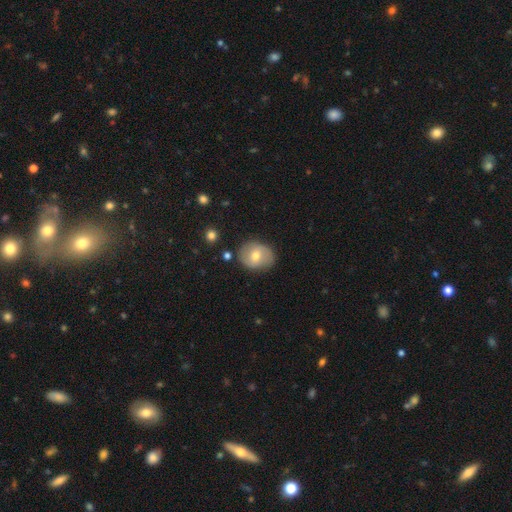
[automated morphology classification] Smooth or featured? smooth (58%)
How rounded? round (61%)
Merging? none (80%)